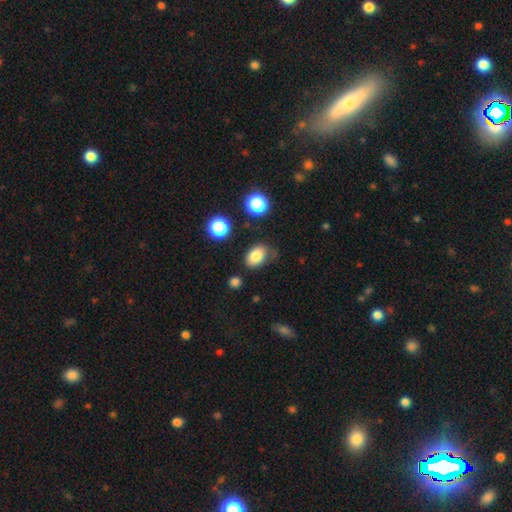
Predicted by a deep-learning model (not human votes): Smooth or featured? Predicted: smooth (p=0.82). How rounded? Predicted: in between (p=0.81). Merging? Predicted: none (p=0.66).